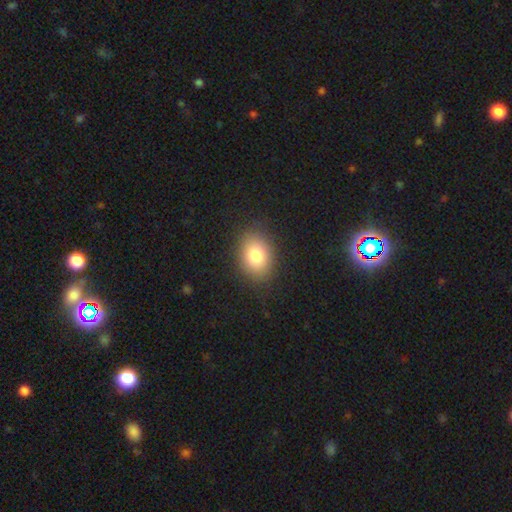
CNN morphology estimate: The model was most divided on "how rounded": in between: 63%, round: 36%, cigar-shaped: 1%. More confident: merging — none (86%); smooth or featured — smooth (79%).